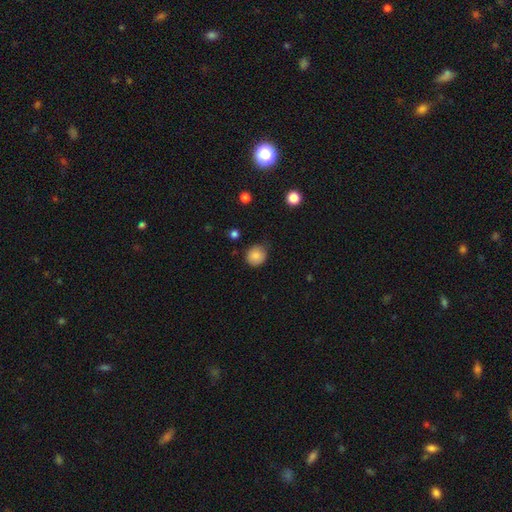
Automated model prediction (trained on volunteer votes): smooth_or_featured: smooth (p=0.85) [alt: star or artifact p=0.10]
how_rounded: round (p=0.85) [alt: in between p=0.14]
merging: none (p=0.74) [alt: minor disturbance p=0.20]